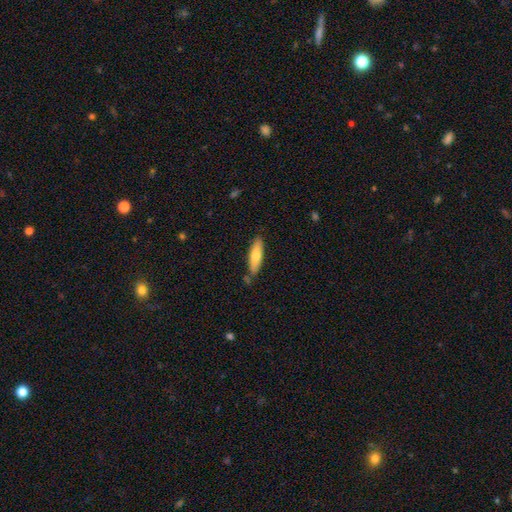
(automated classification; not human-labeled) Morphology: type=smooth (70%); roundness=cigar-shaped (55%); merging=none (78%).